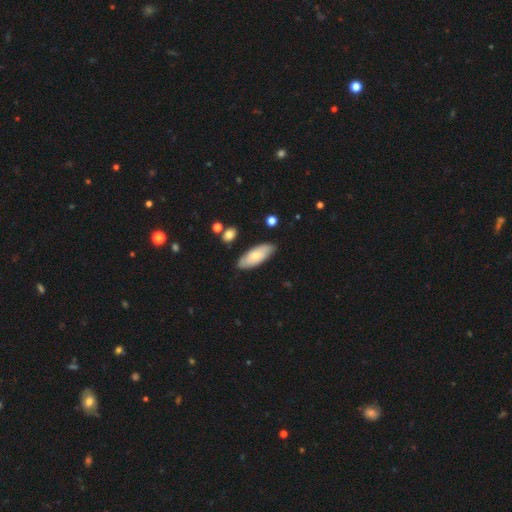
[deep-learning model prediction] A smooth galaxy with no disk features (71%) that is in between round and cigar-shaped (80%).

Vote fractions:
- Smooth or featured? smooth: 71% / featured or disk: 24% / star or artifact: 6%
- How rounded? in between: 80% / cigar-shaped: 18% / round: 2%
- Merging? none: 82% / minor disturbance: 14% / major disturbance: 2% / merger: 2%